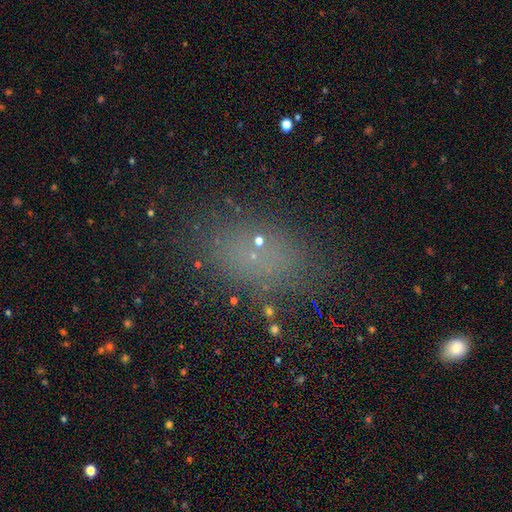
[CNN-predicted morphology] Smooth or featured? Predicted: smooth (p=0.61). How rounded? Predicted: in between (p=0.81). Merging? Predicted: none (p=0.79).